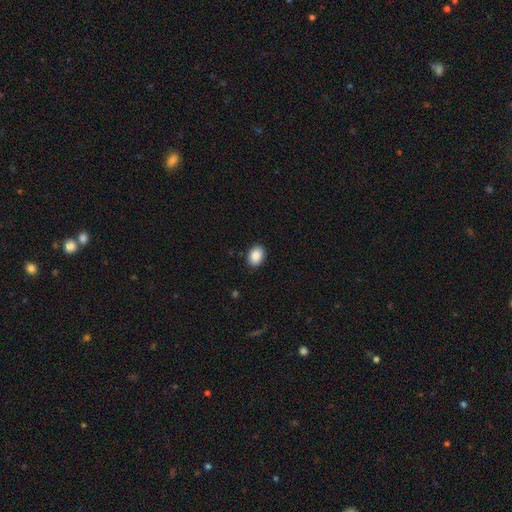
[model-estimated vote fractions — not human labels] This is clearly a smooth galaxy (89%). How rounded: likely in between (66%). Merging: clearly none (89%).